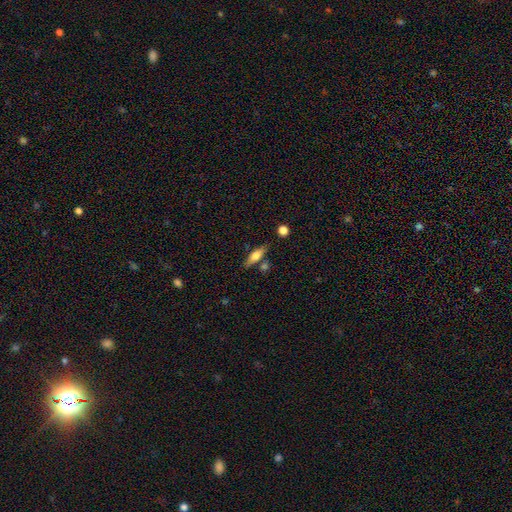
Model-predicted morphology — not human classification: Smooth or featured?
  - smooth: 58% *
  - featured or disk: 35%
  - star or artifact: 7%
How rounded?
  - cigar-shaped: 52% *
  - in between: 45%
  - round: 3%
Merging?
  - none: 73% *
  - minor disturbance: 13%
  - merger: 10%
  - major disturbance: 4%